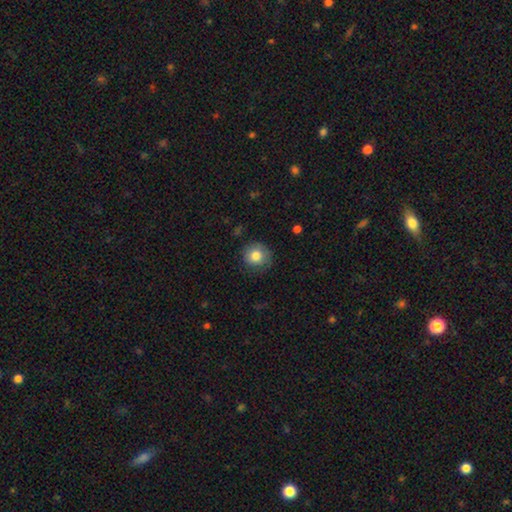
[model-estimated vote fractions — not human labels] A smooth galaxy with no disk features (82%) that is round (90%).

Vote fractions:
- Smooth or featured? smooth: 82% / featured or disk: 9% / star or artifact: 9%
- How rounded? round: 90% / in between: 9% / cigar-shaped: 1%
- Merging? none: 77% / minor disturbance: 17% / major disturbance: 5% / merger: 1%